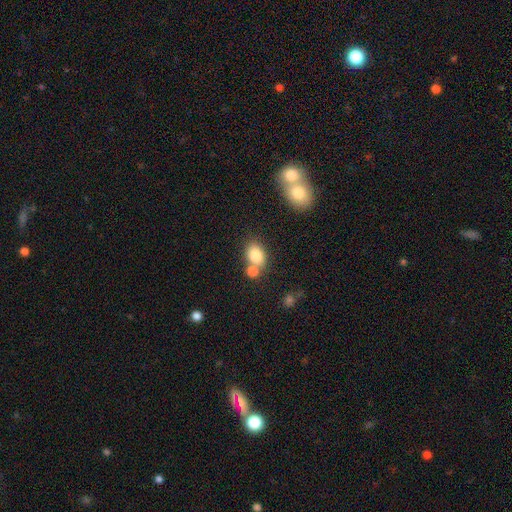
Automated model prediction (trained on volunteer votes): Morphology: type=smooth (82%); roundness=in between (69%); merging=none (48%).